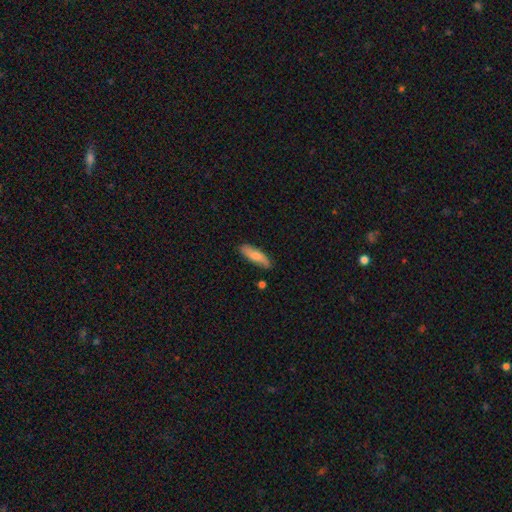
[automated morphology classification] A smooth galaxy with no disk features (77%) that is cigar-shaped (56%). Merging: none (80%).